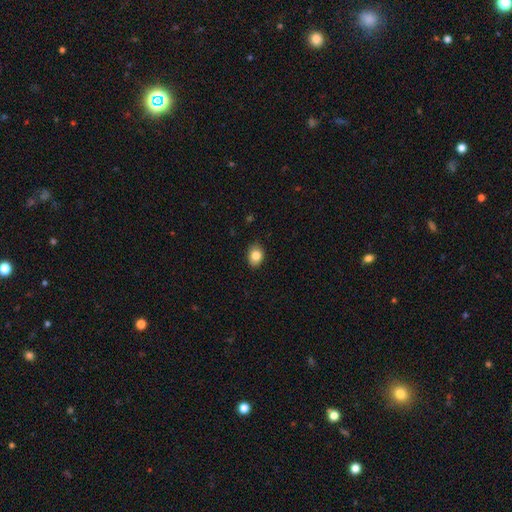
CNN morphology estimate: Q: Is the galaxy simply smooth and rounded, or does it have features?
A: smooth — 84%.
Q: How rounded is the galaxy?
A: in between — 66%.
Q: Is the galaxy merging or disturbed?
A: none — 88%.